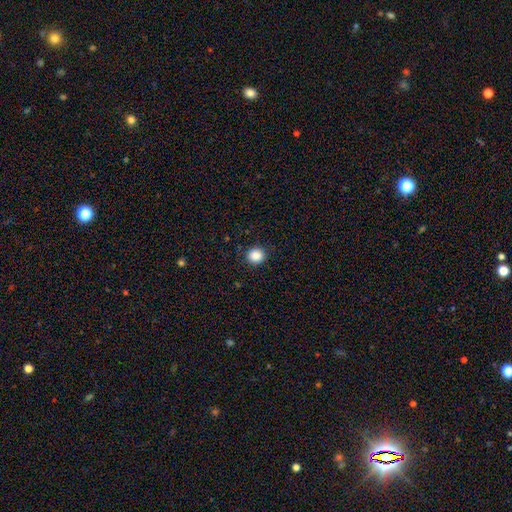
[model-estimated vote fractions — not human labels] A smooth galaxy with no disk features (87%) that is round (87%).

Vote fractions:
- Smooth or featured? smooth: 87% / star or artifact: 10% / featured or disk: 3%
- How rounded? round: 87% / in between: 12% / cigar-shaped: 1%
- Merging? none: 89% / minor disturbance: 7% / major disturbance: 2% / merger: 1%